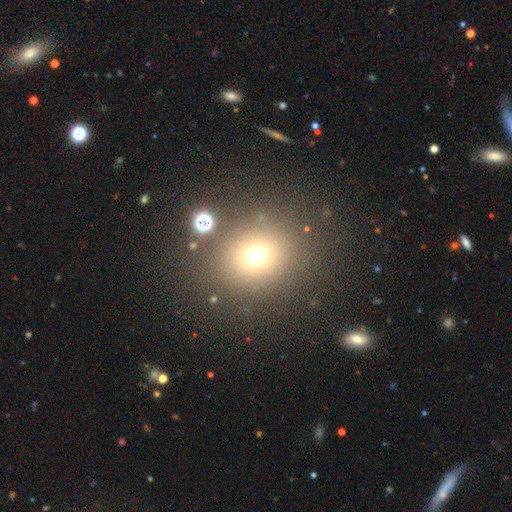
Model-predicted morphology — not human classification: The model was most divided on "smooth or featured": smooth: 67%, star or artifact: 23%, featured or disk: 10%. More confident: merging — none (80%); how rounded — round (78%).